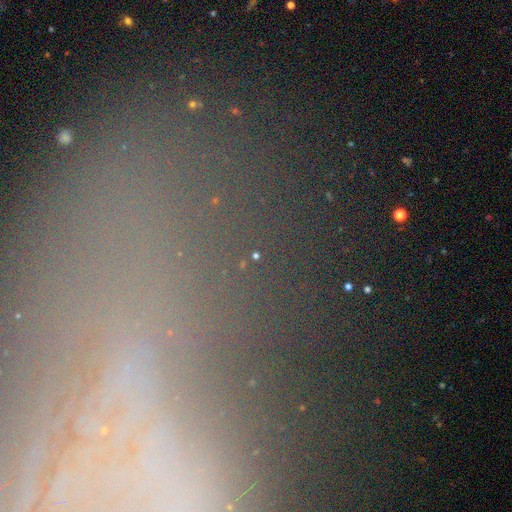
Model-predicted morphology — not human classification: type=star or artifact (74%).